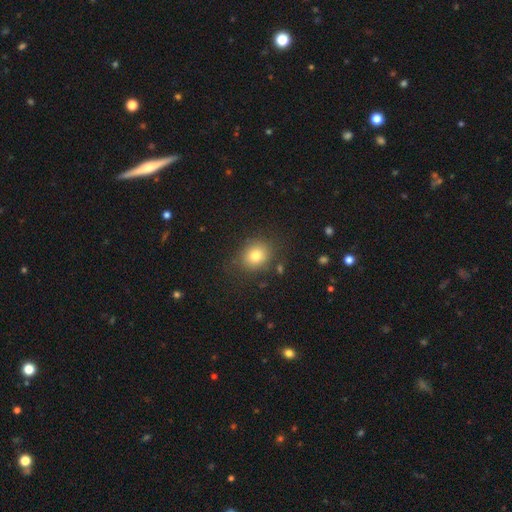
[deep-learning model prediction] Morphology: type=smooth (79%); roundness=round (68%); merging=none (82%).